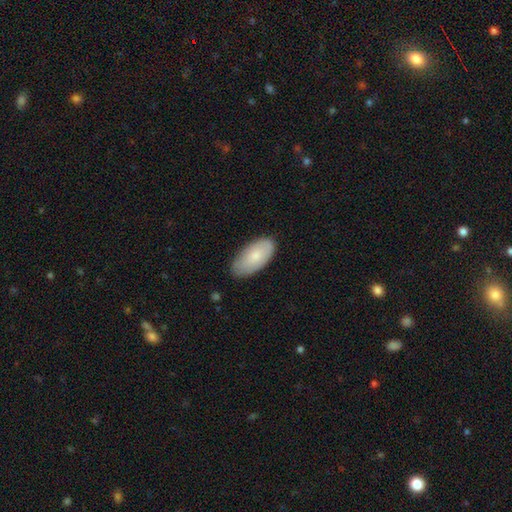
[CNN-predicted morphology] A smooth galaxy with no disk features (78%) that is in between round and cigar-shaped (94%).

Vote fractions:
- Smooth or featured? smooth: 78% / featured or disk: 16% / star or artifact: 6%
- How rounded? in between: 94% / cigar-shaped: 4% / round: 2%
- Merging? none: 79% / minor disturbance: 17% / major disturbance: 3% / merger: 1%